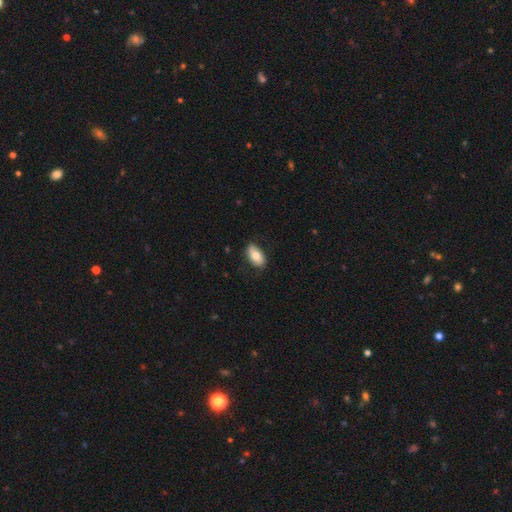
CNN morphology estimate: The model was most divided on "smooth or featured": smooth: 75%, featured or disk: 19%, star or artifact: 6%. More confident: how rounded — in between (92%); merging — none (79%).